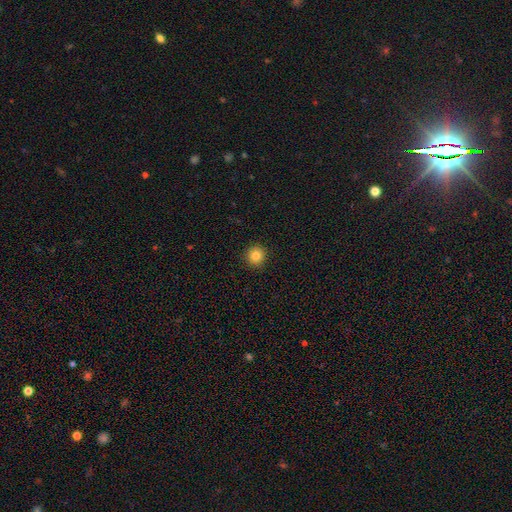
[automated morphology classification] Smooth or featured? Predicted: smooth (p=0.83). How rounded? Predicted: round (p=0.94). Merging? Predicted: none (p=0.93).